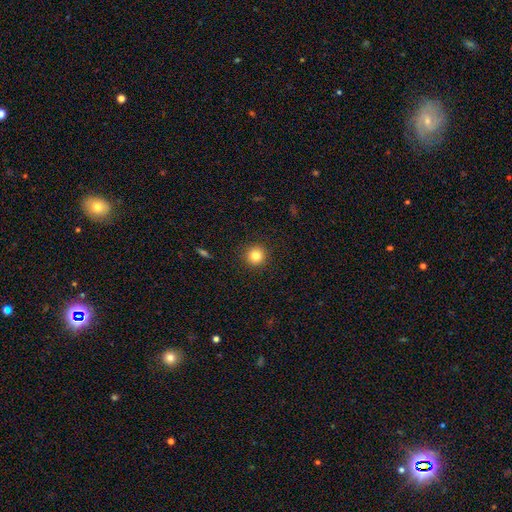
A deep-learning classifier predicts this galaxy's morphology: Smooth or featured? smooth (82%)
How rounded? round (95%)
Merging? none (92%)